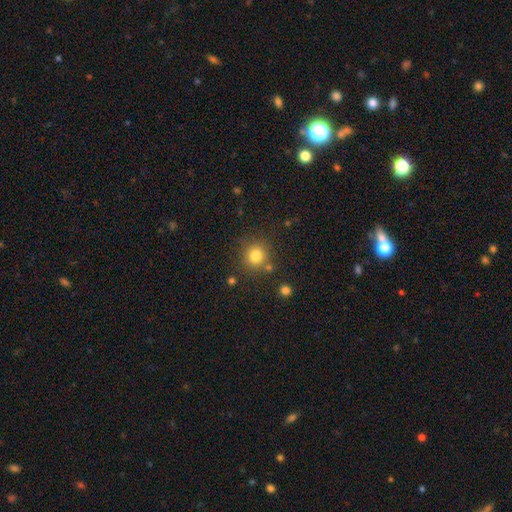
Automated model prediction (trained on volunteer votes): This appears to be a smooth galaxy with no disk features (81%) that is round (91%). Merging: none (79%).